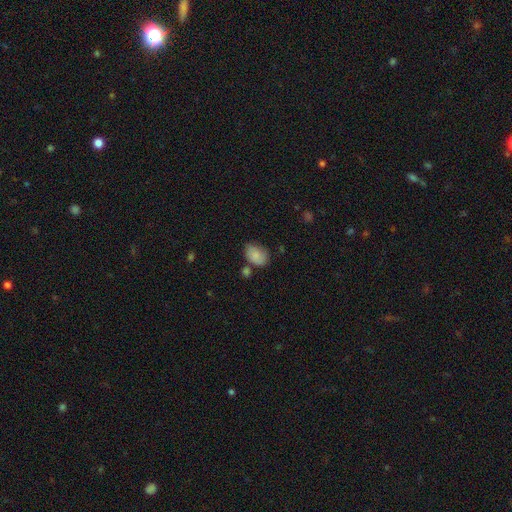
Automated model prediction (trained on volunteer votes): smooth-or-featured: smooth: 80% | featured or disk: 12% | star or artifact: 8%
  how-rounded: in between: 80% | round: 19% | cigar-shaped: 1%
  merging: none: 57% | minor disturbance: 26% | merger: 10% | major disturbance: 7%